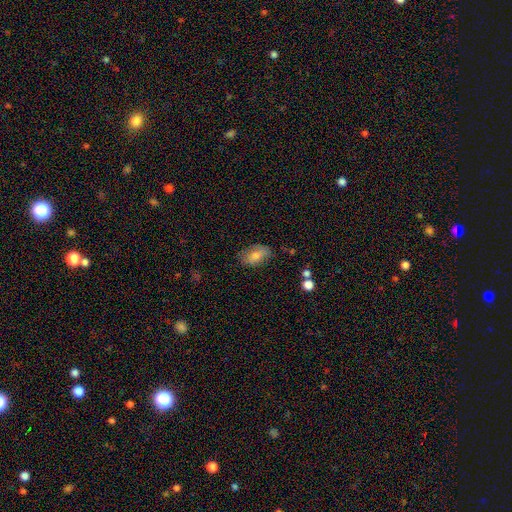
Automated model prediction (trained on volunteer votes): Smooth or featured: smooth — 70% (featured or disk — 21%)
How rounded: in between — 90% (round — 8%)
Merging: none — 72% (minor disturbance — 21%)